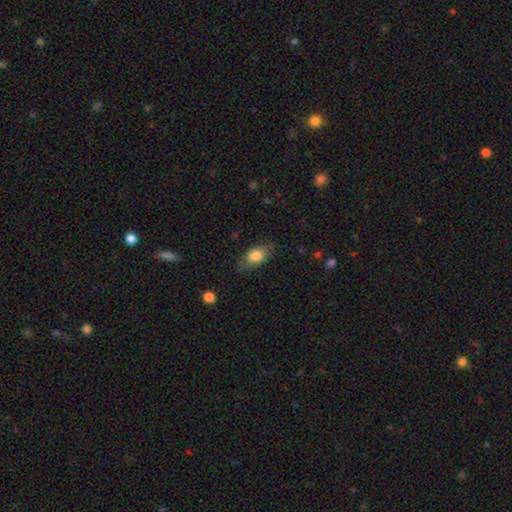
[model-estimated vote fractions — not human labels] Smooth or featured: smooth — 79% (featured or disk — 13%)
How rounded: in between — 84% (round — 11%)
Merging: none — 73% (minor disturbance — 19%)